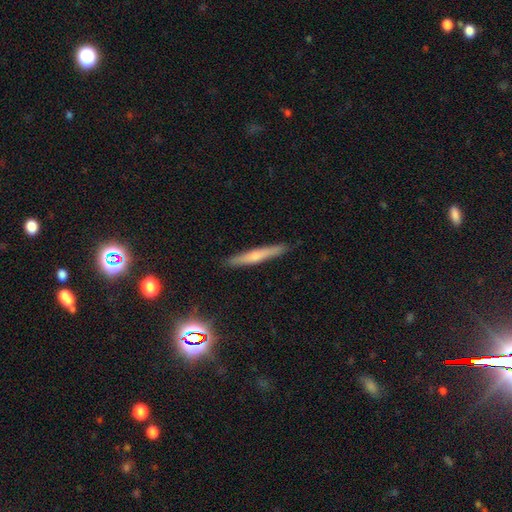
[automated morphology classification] Smooth or featured? featured or disk (49%)
Merging? none (88%)